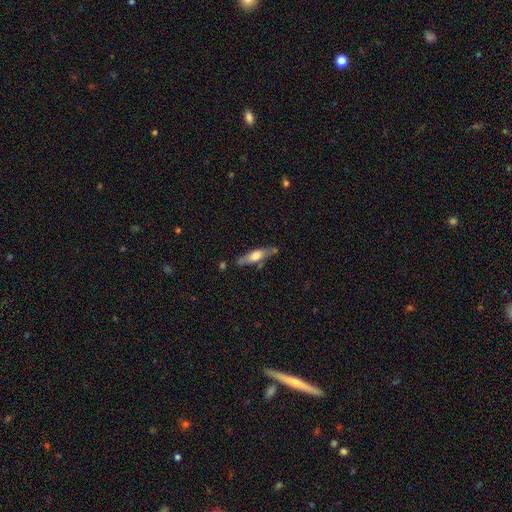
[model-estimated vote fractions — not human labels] smooth_or_featured: smooth (p=0.48) [alt: featured or disk p=0.46]
merging: none (p=0.72) [alt: minor disturbance p=0.18]